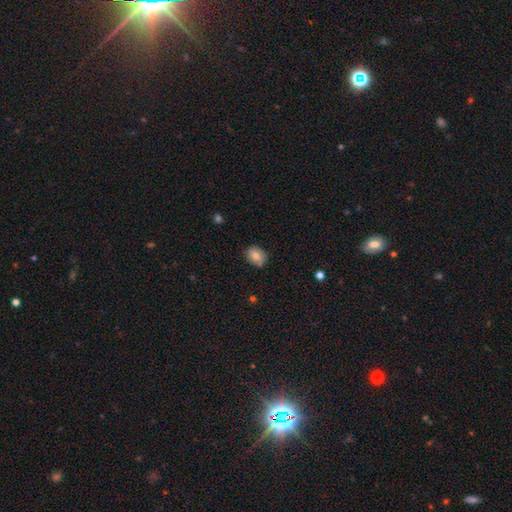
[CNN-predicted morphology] The model was most divided on "how rounded": in between: 54%, round: 45%, cigar-shaped: 1%. More confident: merging — none (82%); smooth or featured — smooth (77%).